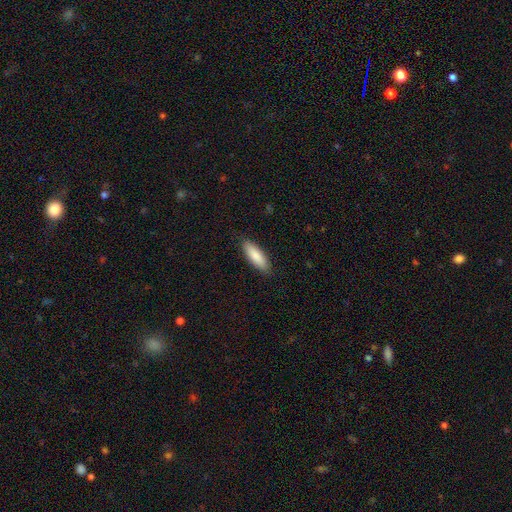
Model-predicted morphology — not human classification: smooth 87%, featured or disk 8%, star or artifact 5%. Down the decision tree: how rounded — in between (53%); merging — none (88%).